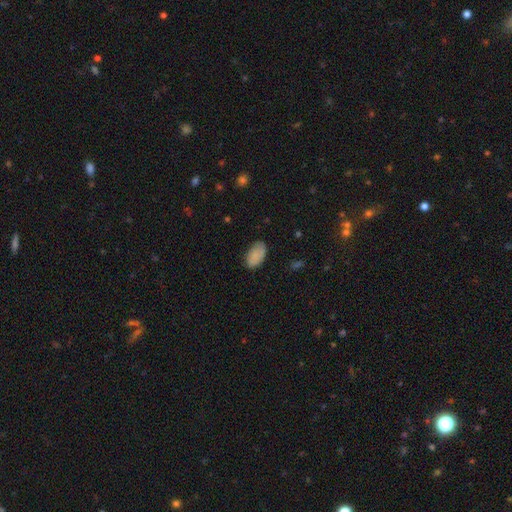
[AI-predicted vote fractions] smooth 86%, star or artifact 7%, featured or disk 7%. Down the decision tree: how rounded — in between (94%); merging — none (77%).